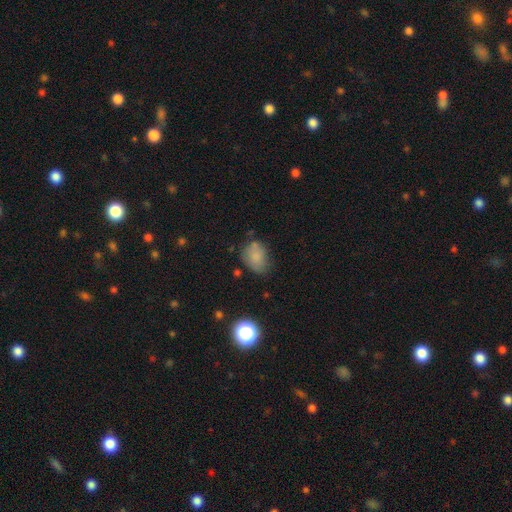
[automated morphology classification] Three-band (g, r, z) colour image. It shows a smooth galaxy with no disk features (77%) that is in between round and cigar-shaped (67%). Merging: none (53%).